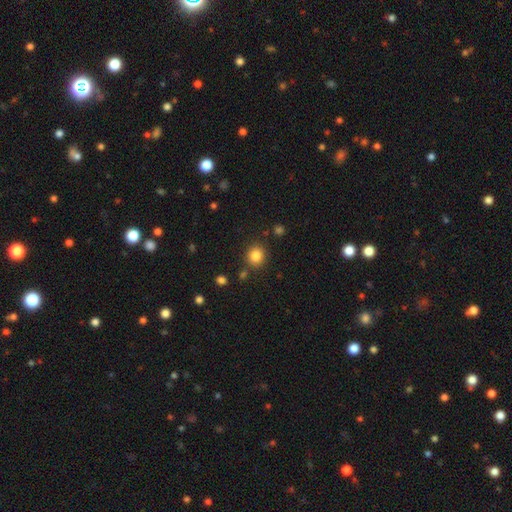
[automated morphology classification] This is clearly a smooth galaxy (84%). How rounded: clearly round (85%). Merging: clearly none (84%).